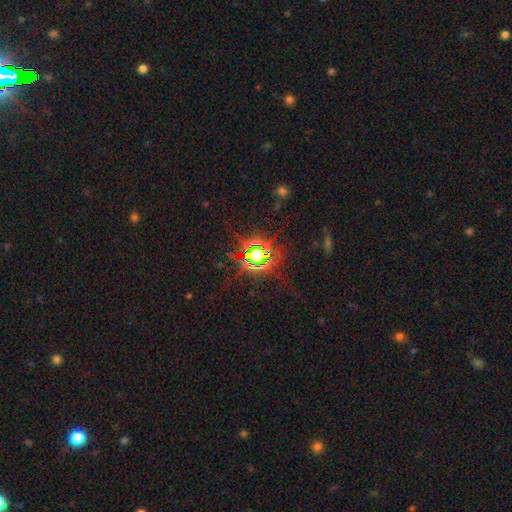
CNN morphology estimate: smooth-or-featured: star or artifact: 74% | smooth: 16% | featured or disk: 10%